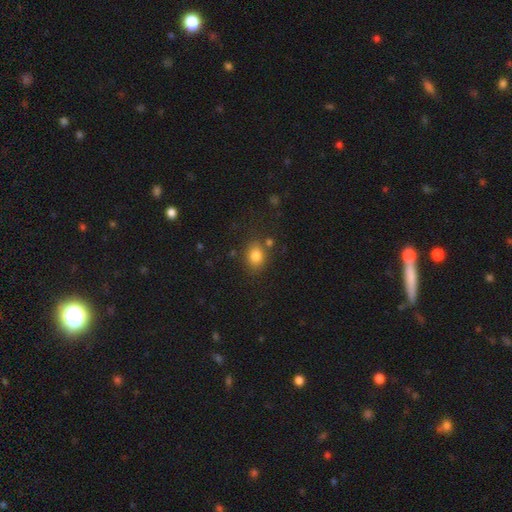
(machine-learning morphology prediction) Smooth or featured: smooth — 81% (star or artifact — 11%)
How rounded: in between — 51% (round — 48%)
Merging: none — 75% (minor disturbance — 13%)